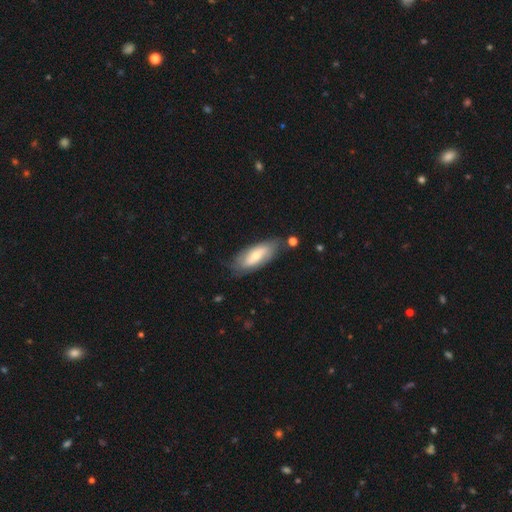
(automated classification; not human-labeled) Q: Smooth or featured?
A: smooth (50%); runner-up: featured or disk (44%)
Q: How rounded?
A: in between (73%); runner-up: cigar-shaped (24%)
Q: Merging?
A: none (74%); runner-up: minor disturbance (18%)